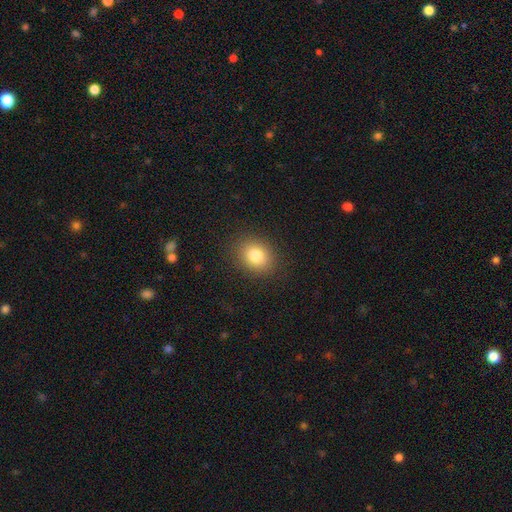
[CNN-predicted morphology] This appears to be a smooth galaxy with no disk features (82%) that is round (59%). Merging: none (88%).